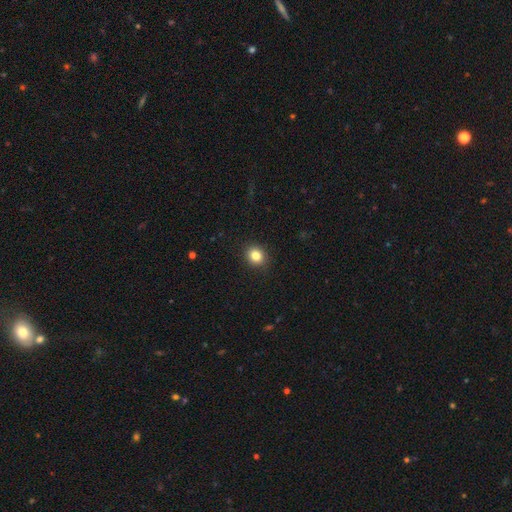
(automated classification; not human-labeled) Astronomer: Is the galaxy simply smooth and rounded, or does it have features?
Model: smooth — 84%.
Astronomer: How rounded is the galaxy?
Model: round — 73%.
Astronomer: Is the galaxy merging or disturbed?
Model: none — 91%.